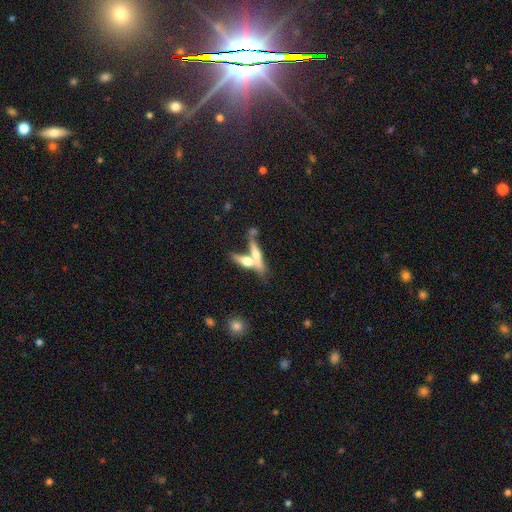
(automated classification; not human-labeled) Smooth or featured: featured or disk — 50% (smooth — 43%)
Merging: merger — 51% (none — 34%)